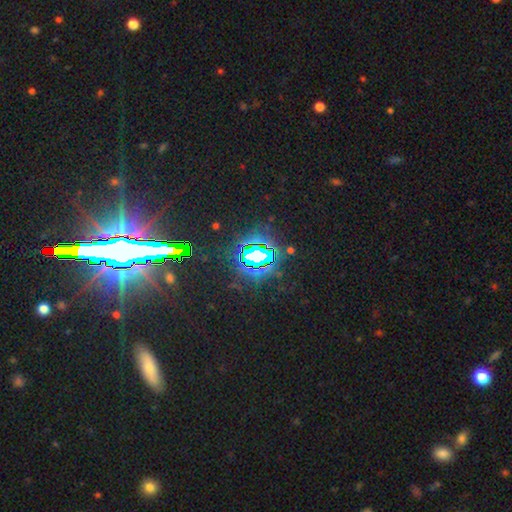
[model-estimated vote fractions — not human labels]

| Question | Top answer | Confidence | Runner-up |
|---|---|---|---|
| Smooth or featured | star or artifact | 80% | smooth (11%) |